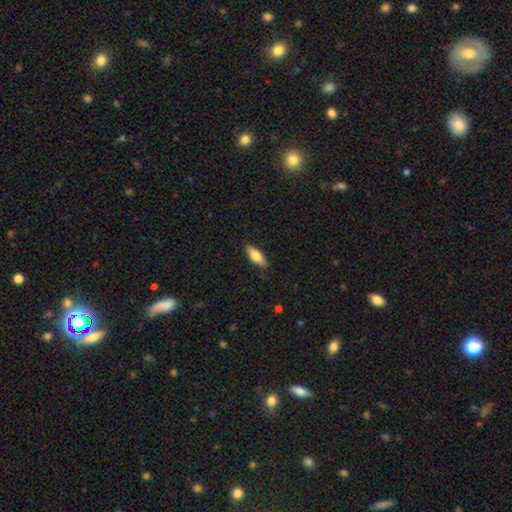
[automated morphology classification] smooth_or_featured: smooth (p=0.78) [alt: featured or disk p=0.16]
how_rounded: in between (p=0.76) [alt: cigar-shaped p=0.22]
merging: none (p=0.88) [alt: minor disturbance p=0.10]